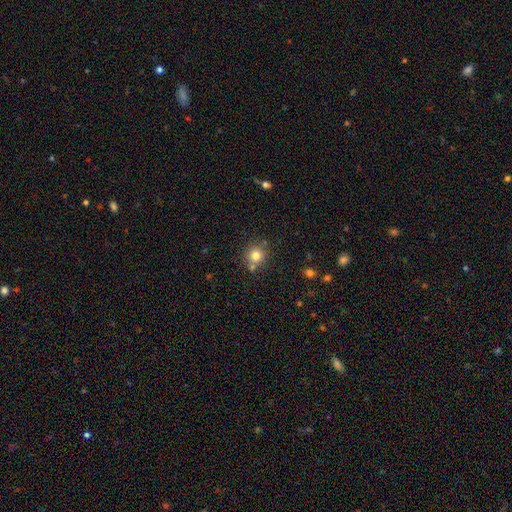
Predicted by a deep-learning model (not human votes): smooth 79%, star or artifact 12%, featured or disk 8%. Down the decision tree: how rounded — round (92%); merging — none (73%).